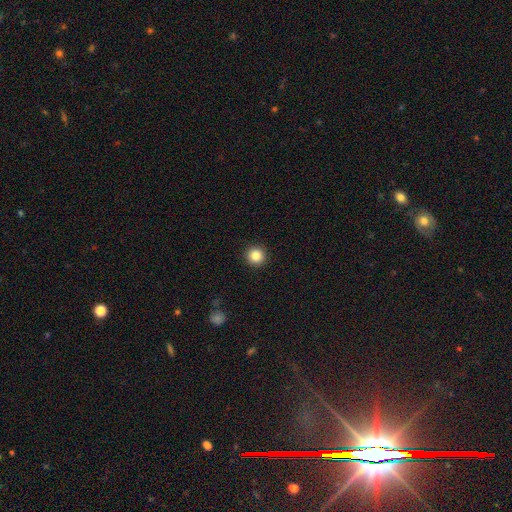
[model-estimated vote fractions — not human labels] Morphology: type=smooth (85%); roundness=round (96%); merging=none (93%).